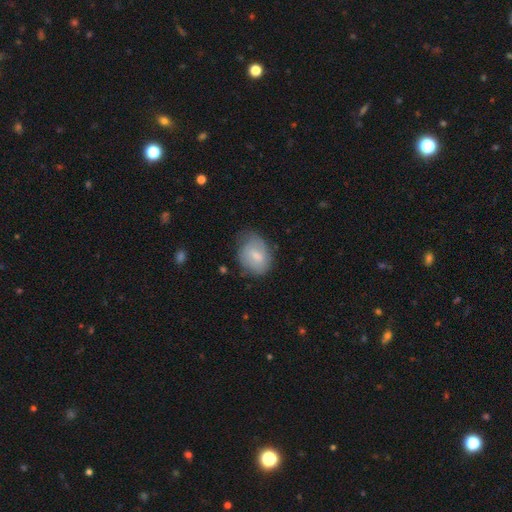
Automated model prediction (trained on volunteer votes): Overall: smooth (64%; featured or disk 29%). How rounded: in between (65%; round 34%). Merging: none (54%; minor disturbance 33%).